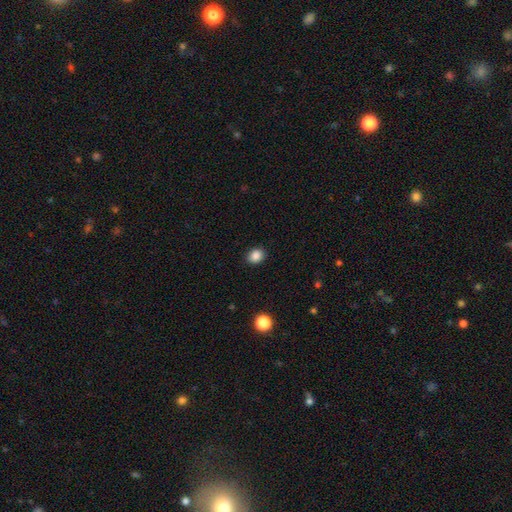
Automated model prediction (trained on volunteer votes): smooth-or-featured: smooth: 86% | star or artifact: 10% | featured or disk: 4%
  how-rounded: round: 60% | in between: 40% | cigar-shaped: 1%
  merging: none: 90% | minor disturbance: 7% | major disturbance: 2% | merger: 1%